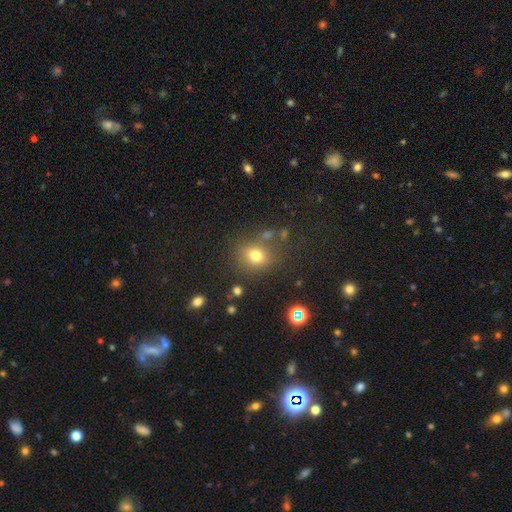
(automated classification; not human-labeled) A smooth galaxy with no disk features (73%) that is round (71%). Merging: none (75%).